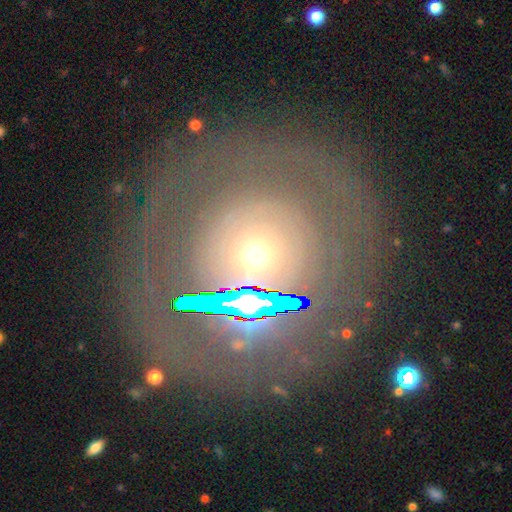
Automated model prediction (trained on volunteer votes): Smooth or featured? Predicted: featured or disk (p=0.50). Merging? Predicted: none (p=0.64).